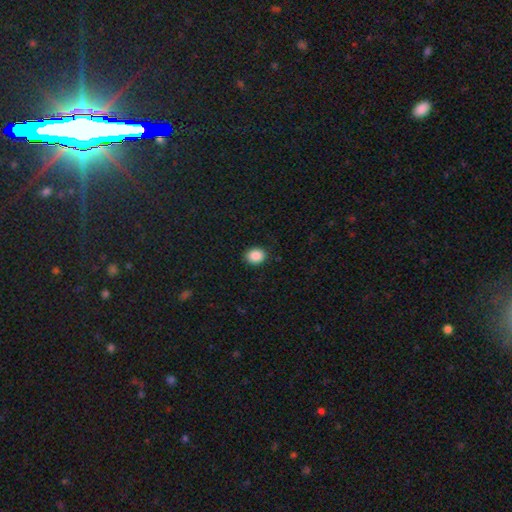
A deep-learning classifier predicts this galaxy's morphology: Q: Smooth or featured?
A: smooth (88%); runner-up: star or artifact (9%)
Q: How rounded?
A: round (57%); runner-up: in between (42%)
Q: Merging?
A: none (89%); runner-up: minor disturbance (8%)